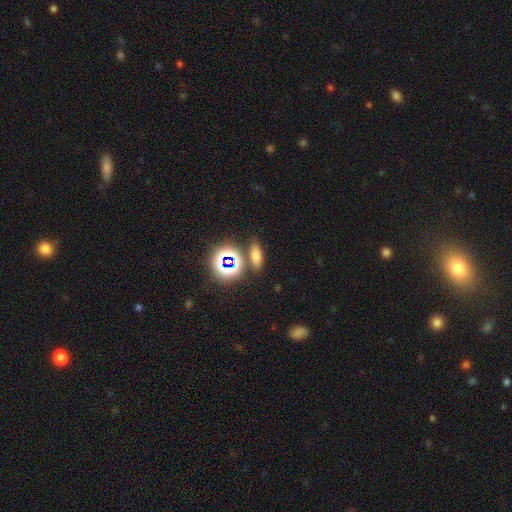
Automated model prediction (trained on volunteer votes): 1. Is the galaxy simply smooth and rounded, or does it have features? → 59% smooth, 29% star or artifact, 12% featured or disk.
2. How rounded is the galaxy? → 60% in between, 25% cigar-shaped, 16% round.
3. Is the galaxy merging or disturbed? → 81% none, 9% minor disturbance, 7% merger, 3% major disturbance.